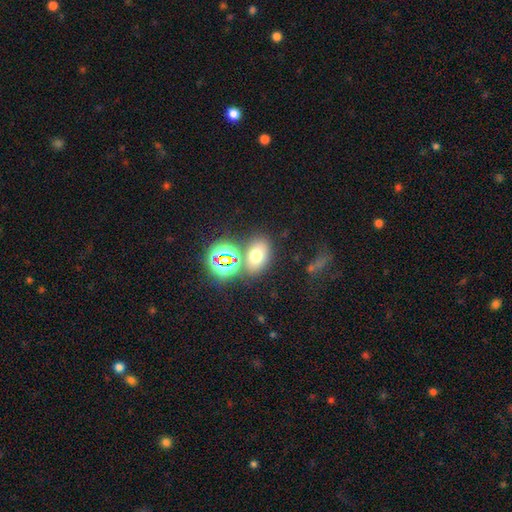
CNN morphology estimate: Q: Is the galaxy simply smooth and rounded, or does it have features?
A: smooth — 62%.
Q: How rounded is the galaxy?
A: in between — 74%.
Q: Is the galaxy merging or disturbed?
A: none — 69%.